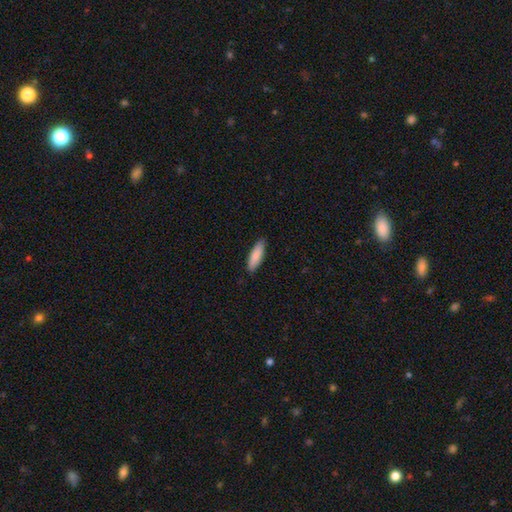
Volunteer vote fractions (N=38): Volunteers were most divided on "how rounded": cigar-shaped: 61%, in between: 39%, round: 0%. More confident: smooth or featured — smooth (87%); merging — none (84%).